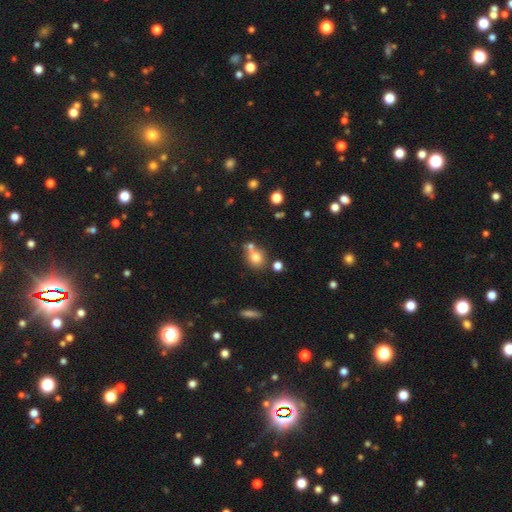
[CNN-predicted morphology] The model was most divided on "merging": none: 50%, merger: 33%, minor disturbance: 12%, major disturbance: 5%. More confident: how rounded — round (76%); smooth or featured — smooth (75%).